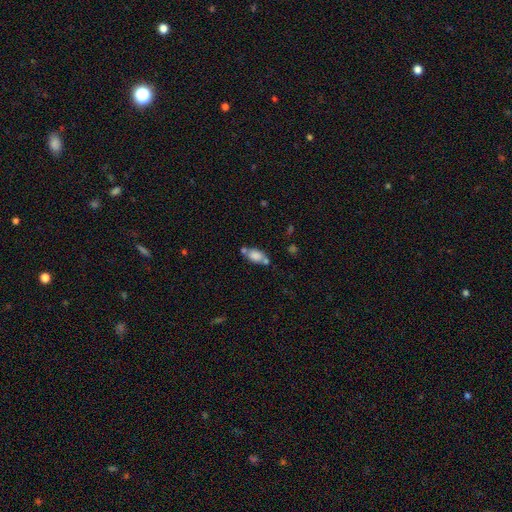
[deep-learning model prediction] Overall: smooth (76%). How rounded: in between (84%). Merging: none (47%; merger 30%).